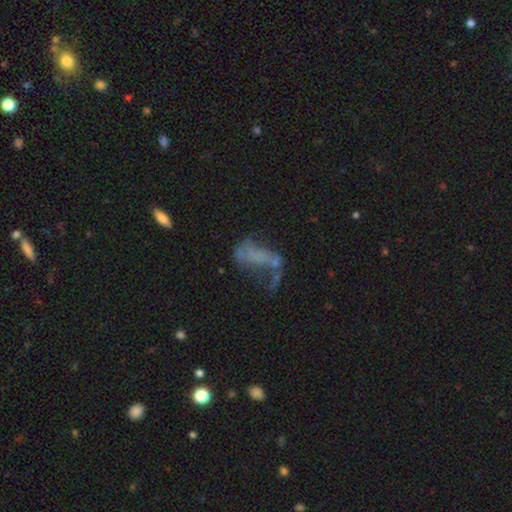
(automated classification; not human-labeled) Smooth or featured? Predicted: featured or disk (p=0.51). Edge-on disk? Predicted: no (p=0.94). Merging? Predicted: major disturbance (p=0.40).